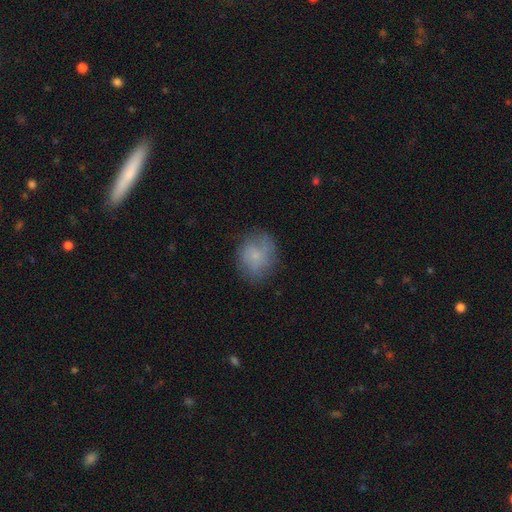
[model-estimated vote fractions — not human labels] smooth_or_featured: smooth (p=0.62) [alt: featured or disk p=0.28]
how_rounded: round (p=0.70) [alt: in between p=0.29]
merging: none (p=0.70) [alt: minor disturbance p=0.20]